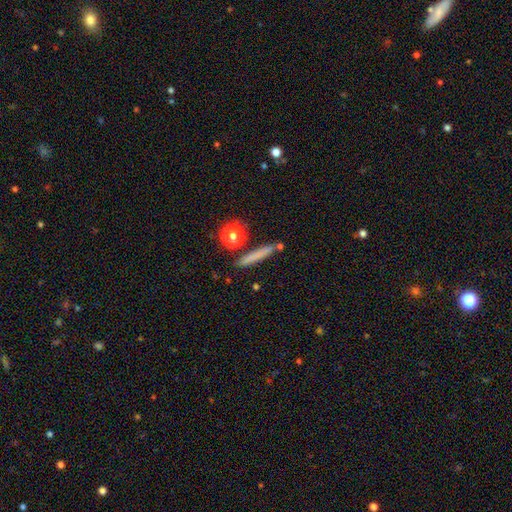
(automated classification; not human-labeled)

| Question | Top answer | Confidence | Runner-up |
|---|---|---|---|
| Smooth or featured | smooth | 66% | featured or disk (23%) |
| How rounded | cigar-shaped | 88% | round (6%) |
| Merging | none | 82% | minor disturbance (10%) |